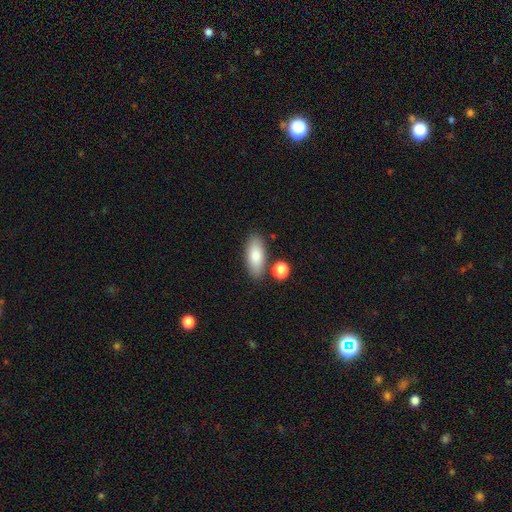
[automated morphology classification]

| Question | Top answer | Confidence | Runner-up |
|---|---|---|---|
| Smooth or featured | smooth | 80% | featured or disk (13%) |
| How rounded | in between | 82% | cigar-shaped (14%) |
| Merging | none | 77% | minor disturbance (12%) |